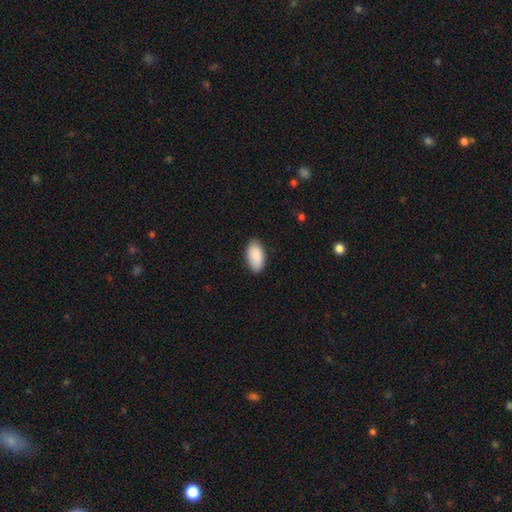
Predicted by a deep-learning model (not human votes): Overall: smooth (90%). How rounded: in between (95%). Merging: none (86%).